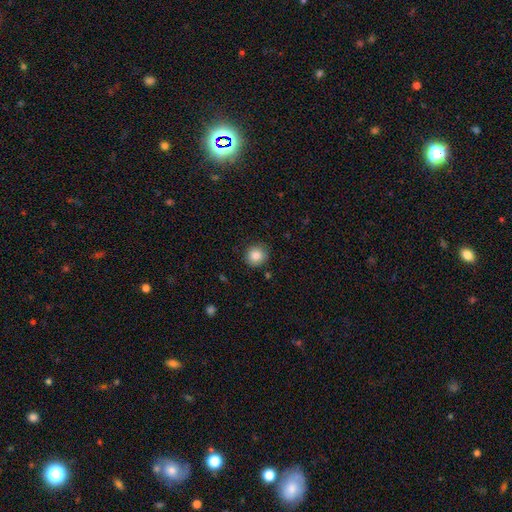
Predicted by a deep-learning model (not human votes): Smooth or featured? smooth (85%)
How rounded? round (91%)
Merging? none (88%)